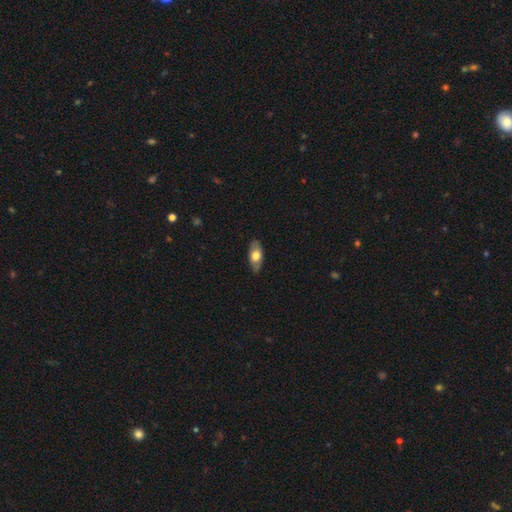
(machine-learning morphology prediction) Smooth or featured: smooth — 65% (featured or disk — 29%)
How rounded: in between — 88% (cigar-shaped — 9%)
Merging: none — 85% (minor disturbance — 12%)